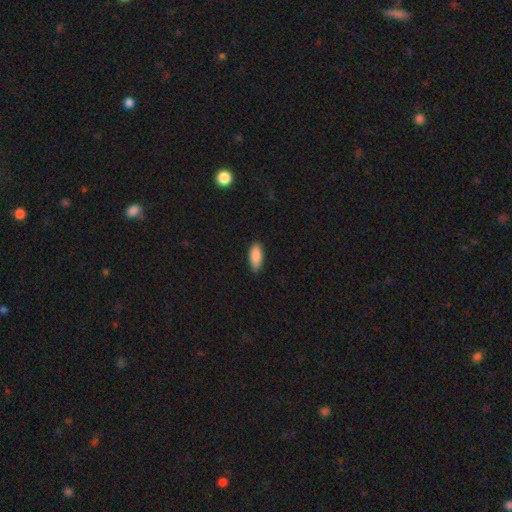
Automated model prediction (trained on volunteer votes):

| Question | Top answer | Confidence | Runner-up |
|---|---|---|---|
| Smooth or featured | smooth | 88% | star or artifact (6%) |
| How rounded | in between | 84% | cigar-shaped (14%) |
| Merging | none | 84% | minor disturbance (13%) |